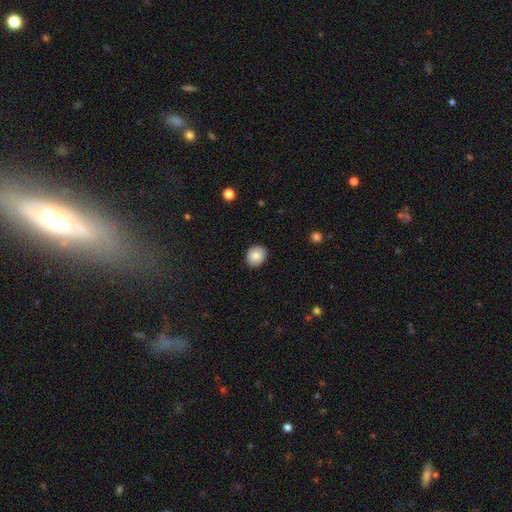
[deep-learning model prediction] Morphology: type=smooth (86%); roundness=round (69%); merging=none (89%).